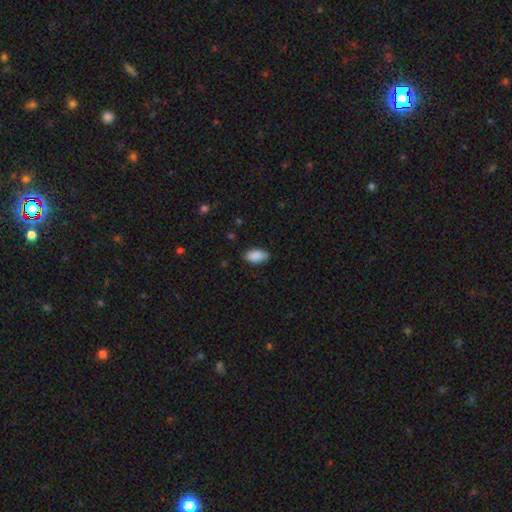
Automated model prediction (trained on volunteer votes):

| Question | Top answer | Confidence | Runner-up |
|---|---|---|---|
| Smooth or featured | smooth | 89% | star or artifact (7%) |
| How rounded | in between | 94% | round (4%) |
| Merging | none | 81% | minor disturbance (15%) |